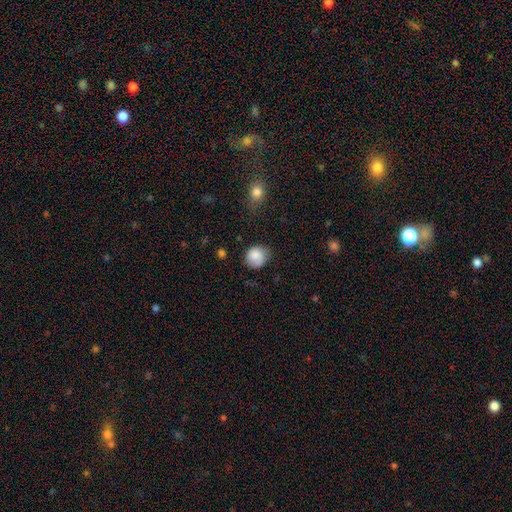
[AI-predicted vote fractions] Smooth or featured: smooth — 86% (star or artifact — 8%)
How rounded: round — 81% (in between — 18%)
Merging: none — 66% (minor disturbance — 26%)